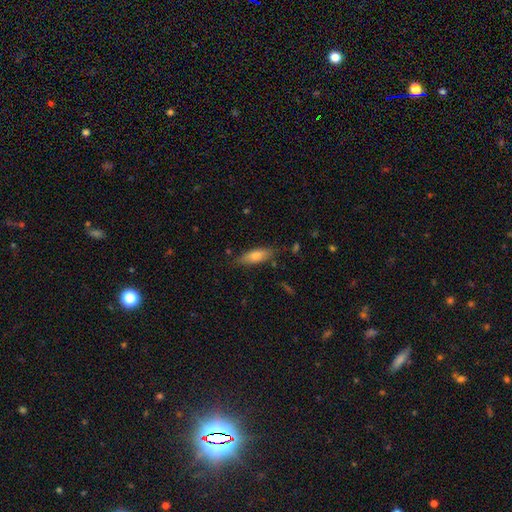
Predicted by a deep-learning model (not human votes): Smooth or featured? smooth (72%)
How rounded? in between (57%)
Merging? none (80%)